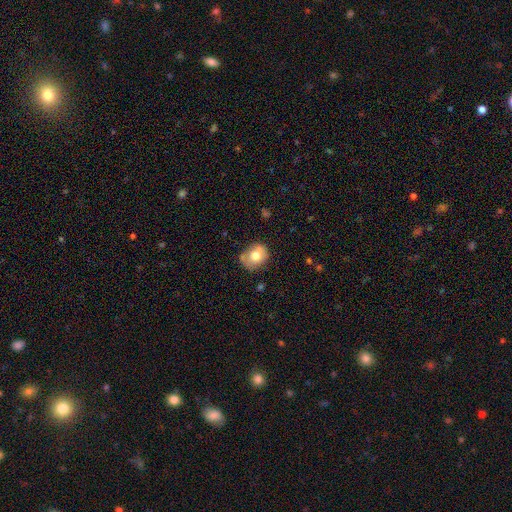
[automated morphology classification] smooth-or-featured: smooth: 72% | featured or disk: 20% | star or artifact: 9%
  how-rounded: round: 60% | in between: 39% | cigar-shaped: 1%
  merging: none: 69% | minor disturbance: 22% | major disturbance: 5% | merger: 5%